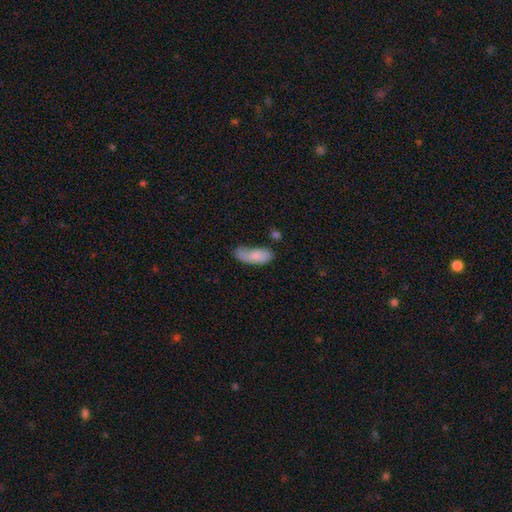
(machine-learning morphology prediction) This appears to be a smooth galaxy with no disk features (78%) that is in between round and cigar-shaped (81%). Merging: none (41%).